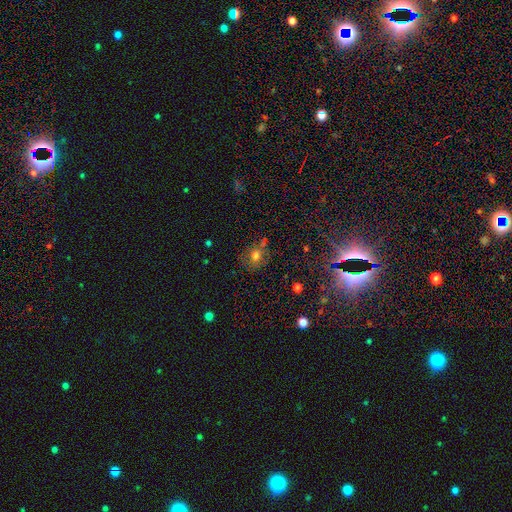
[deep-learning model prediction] Smooth or featured? smooth (68%)
How rounded? round (68%)
Merging? none (62%)